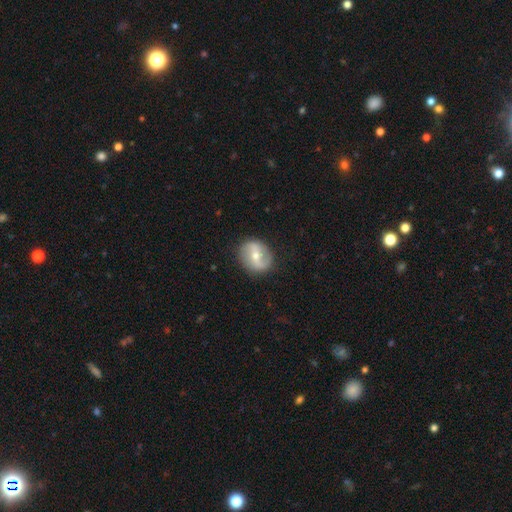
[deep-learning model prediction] smooth-or-featured: featured or disk: 66% | smooth: 28% | star or artifact: 6%
  disk-edge-on: no: 96% | yes: 4%
    bar: strong: 40% | weak: 39% | no: 21%
    has-spiral-arms: yes: 76% | no: 24%
    bulge-size: moderate: 56% | small: 40% | large: 2% | none: 1% | dominant: 1%
  merging: none: 85% | minor disturbance: 11% | major disturbance: 3% | merger: 1%